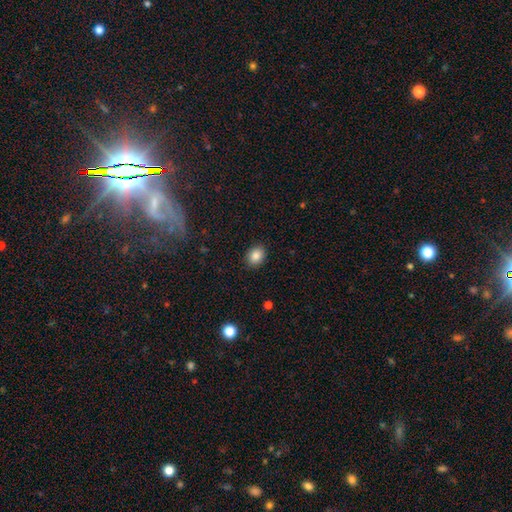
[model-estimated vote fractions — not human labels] The model was most divided on "how rounded": in between: 57%, round: 42%, cigar-shaped: 1%. More confident: merging — none (89%); smooth or featured — smooth (86%).